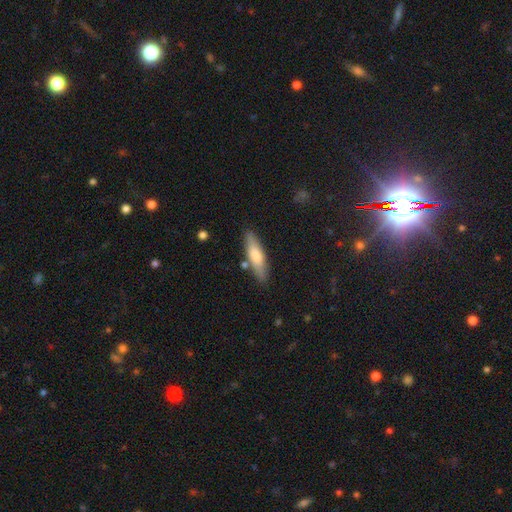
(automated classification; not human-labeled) Smooth or featured? smooth (71%)
How rounded? cigar-shaped (64%)
Merging? none (81%)